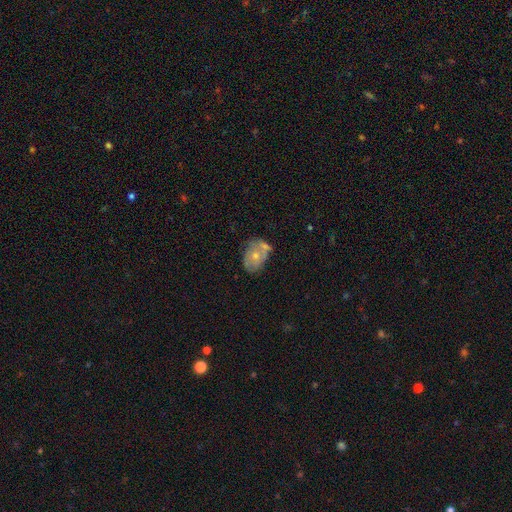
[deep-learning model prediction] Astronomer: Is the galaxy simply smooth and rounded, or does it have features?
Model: smooth — 52% (runner-up: featured or disk, 41%).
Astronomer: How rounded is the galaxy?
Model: in between — 73%.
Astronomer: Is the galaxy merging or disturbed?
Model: none — 38% (runner-up: merger, 30%).